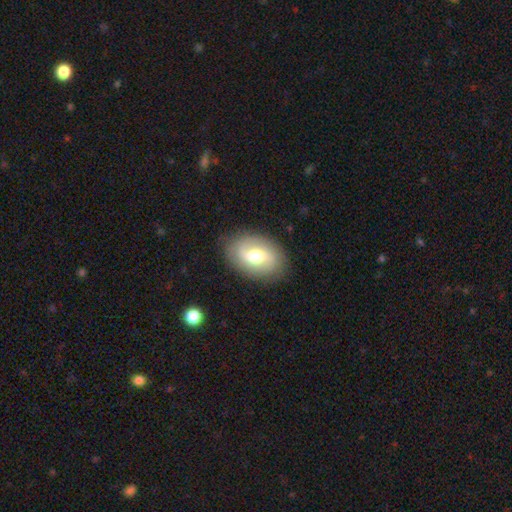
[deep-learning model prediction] The model was most divided on "smooth or featured": featured or disk: 53%, smooth: 40%, star or artifact: 7%. More confident: edge-on disk — no (94%); merging — none (84%).